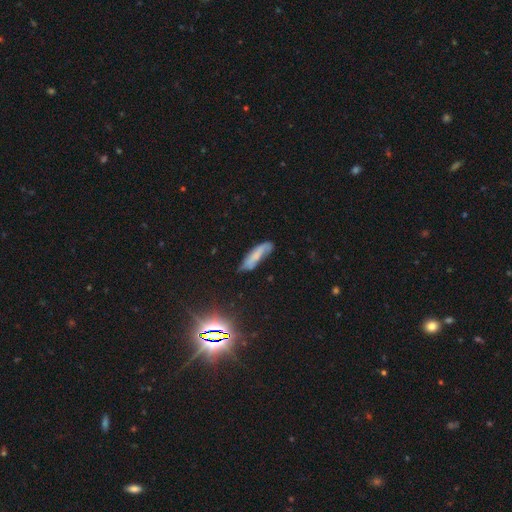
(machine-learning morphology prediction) Q: Smooth or featured?
A: smooth (57%); runner-up: featured or disk (31%)
Q: How rounded?
A: cigar-shaped (65%); runner-up: in between (33%)
Q: Merging?
A: none (55%); runner-up: minor disturbance (30%)